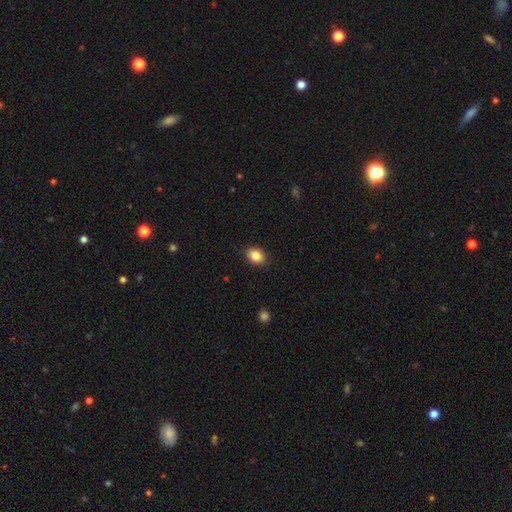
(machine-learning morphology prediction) smooth-or-featured: smooth: 86% | star or artifact: 9% | featured or disk: 5%
  how-rounded: in between: 71% | round: 28% | cigar-shaped: 1%
  merging: none: 89% | minor disturbance: 8% | major disturbance: 2% | merger: 1%